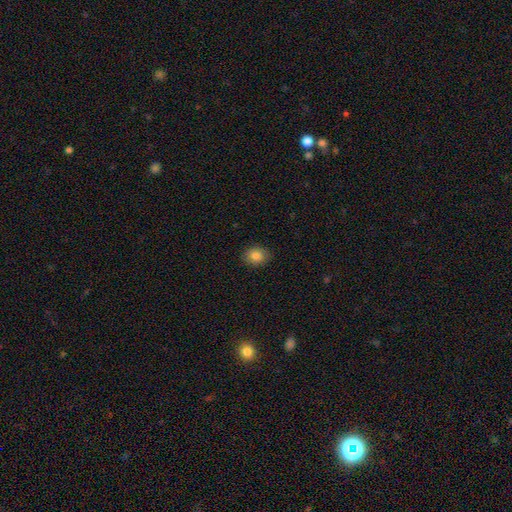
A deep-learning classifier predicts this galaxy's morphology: smooth 84%, star or artifact 9%, featured or disk 7%. Down the decision tree: how rounded — round (50%, tied with in between); merging — none (87%).